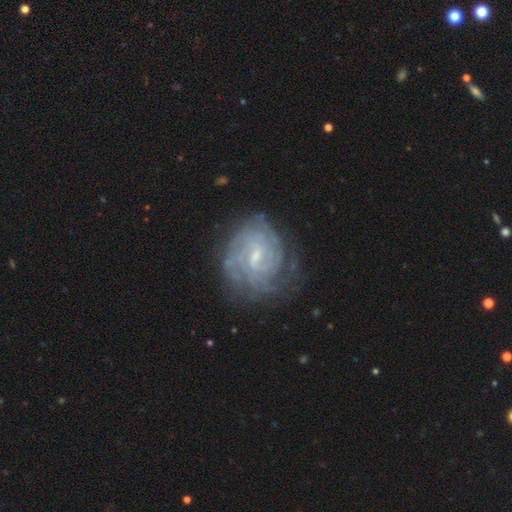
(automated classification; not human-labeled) A featured or disk galaxy (81%) with a weak bar (61%), tight (69%) spiral arms (93%) and a small central bulge (65%).

Vote fractions:
- Smooth or featured? featured or disk: 81% / smooth: 11% / star or artifact: 8%
- Edge-on disk? no: 97% / yes: 3%
- Bar? weak: 61% / no: 26% / strong: 13%
- Spiral arms? yes: 93% / no: 7%
- Spiral winding? tight: 69% / medium: 24% / loose: 6%
- Spiral arm count? can't tell: 47% / 2: 15% / 4: 14% / 3: 12% / more than 4: 7% / 1: 5%
- Bulge size? small: 65% / moderate: 25% / none: 8% / large: 1% / dominant: 1%
- Merging? none: 73% / minor disturbance: 18% / major disturbance: 8% / merger: 2%